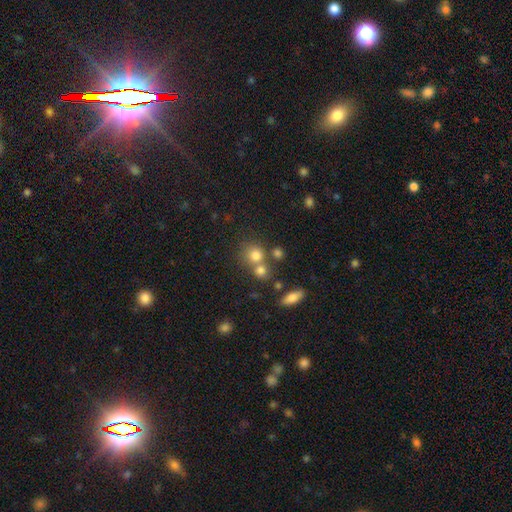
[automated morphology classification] The model was most divided on "merging": none: 52%, merger: 35%, minor disturbance: 9%, major disturbance: 5%. More confident: how rounded — round (83%); smooth or featured — smooth (77%).